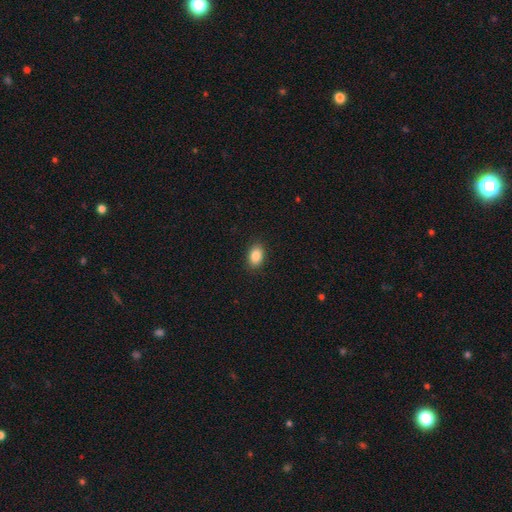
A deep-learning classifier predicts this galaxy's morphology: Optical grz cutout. It shows a smooth galaxy with no disk features (87%) that is in between round and cigar-shaped (83%). Merging: none (89%).